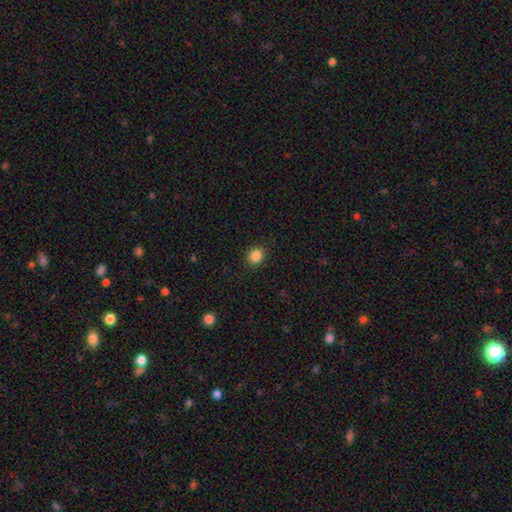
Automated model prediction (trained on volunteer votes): Q: Smooth or featured?
A: smooth (86%); runner-up: star or artifact (10%)
Q: How rounded?
A: round (77%); runner-up: in between (22%)
Q: Merging?
A: none (90%); runner-up: minor disturbance (7%)